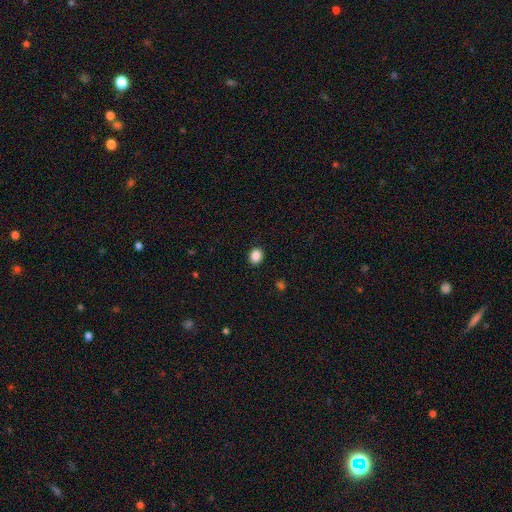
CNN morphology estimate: Smooth or featured?
  - smooth: 88% *
  - star or artifact: 9%
  - featured or disk: 3%
How rounded?
  - round: 61% *
  - in between: 38%
  - cigar-shaped: 1%
Merging?
  - none: 91% *
  - minor disturbance: 6%
  - major disturbance: 2%
  - merger: 1%